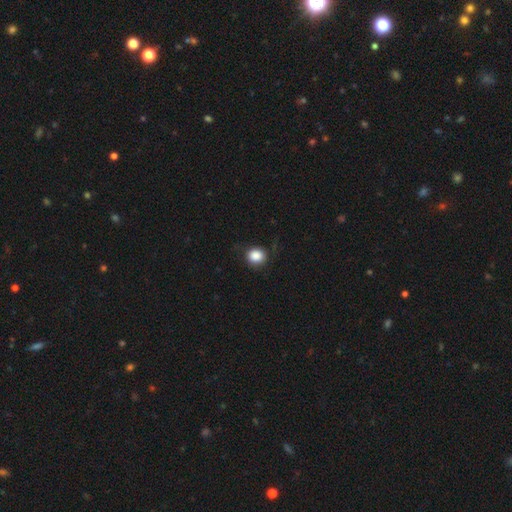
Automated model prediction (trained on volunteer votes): smooth 87%, star or artifact 9%, featured or disk 4%. Down the decision tree: how rounded — round (81%); merging — none (80%).